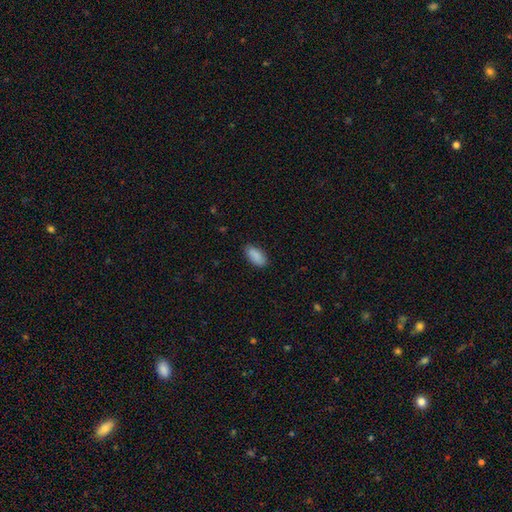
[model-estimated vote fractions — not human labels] smooth_or_featured: smooth (p=0.90) [alt: star or artifact p=0.06]
how_rounded: in between (p=0.91) [alt: cigar-shaped p=0.06]
merging: none (p=0.86) [alt: minor disturbance p=0.11]